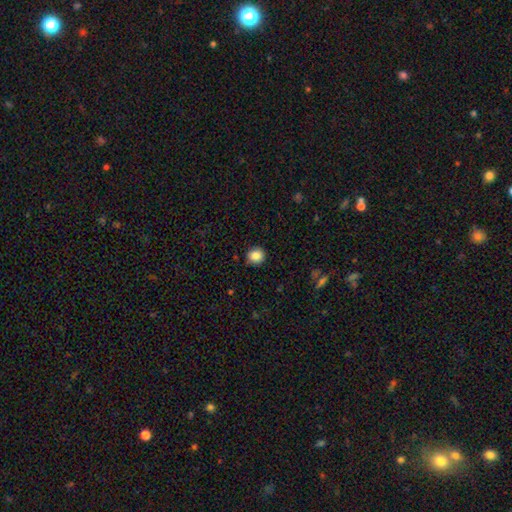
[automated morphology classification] The model was most divided on "smooth or featured": smooth: 86%, star or artifact: 10%, featured or disk: 5%. More confident: how rounded — round (90%); merging — none (89%).